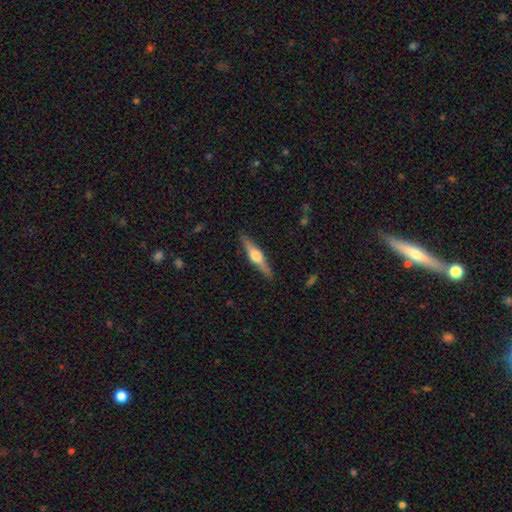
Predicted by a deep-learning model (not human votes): This appears to be a featured or disk galaxy (69%) viewed edge-on (97%) with a rounded central bulge (93%). Merging: none (89%).